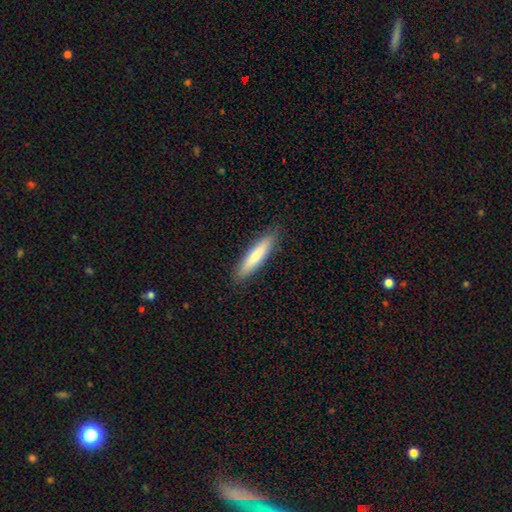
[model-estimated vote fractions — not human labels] Smooth or featured? Predicted: smooth (p=0.74). How rounded? Predicted: cigar-shaped (p=0.82). Merging? Predicted: none (p=0.88).